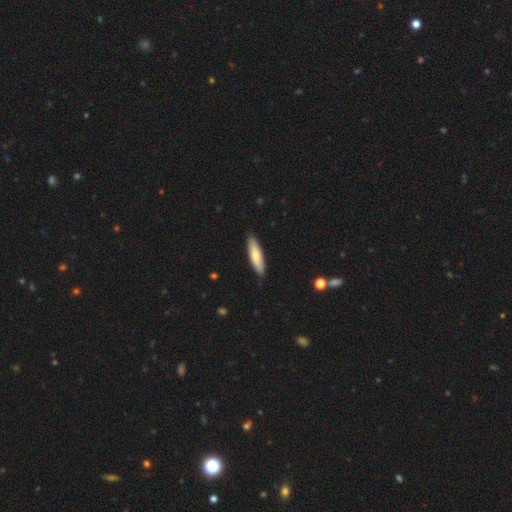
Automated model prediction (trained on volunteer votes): smooth-or-featured: smooth: 73% | featured or disk: 22% | star or artifact: 5%
  how-rounded: cigar-shaped: 69% | in between: 30% | round: 1%
  merging: none: 88% | minor disturbance: 9% | major disturbance: 1% | merger: 1%